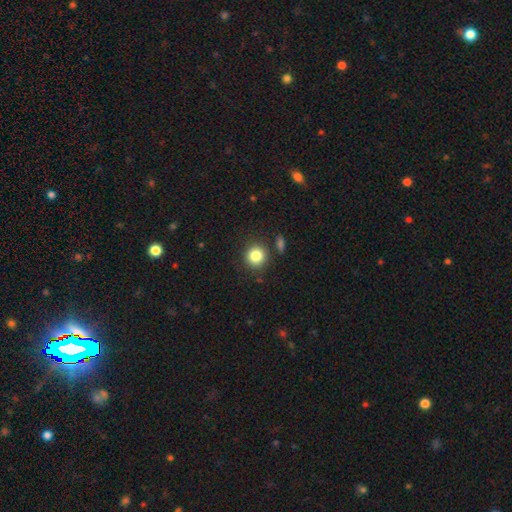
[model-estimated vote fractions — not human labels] Morphology: type=smooth (84%); roundness=round (89%); merging=none (84%).